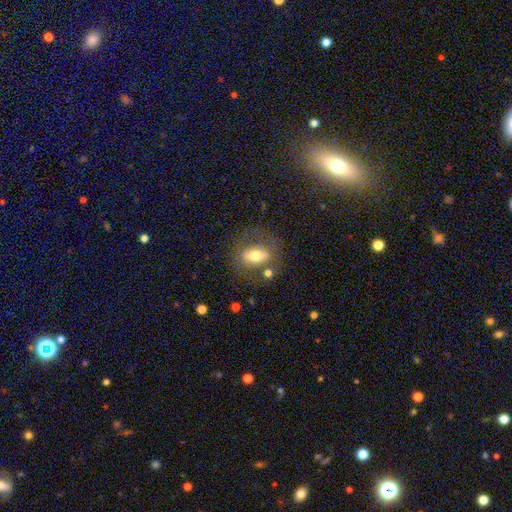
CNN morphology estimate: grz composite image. It shows a smooth galaxy with no disk features (54%) that is in between round and cigar-shaped (73%). Merging: none (68%).